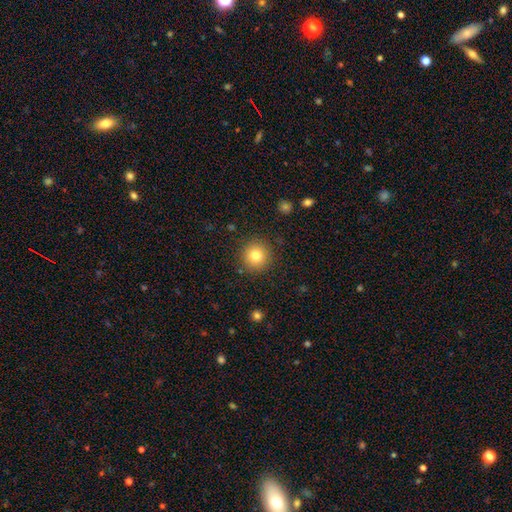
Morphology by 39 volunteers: smooth 79%, featured or disk 10%, star or artifact 10%. Down the decision tree: how rounded — round (97%); merging — none (86%).